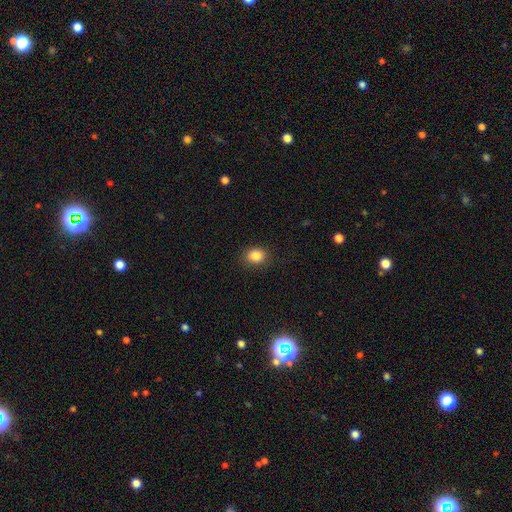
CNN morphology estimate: This appears to be a smooth galaxy with no disk features (85%) that is round (52%). Merging: none (87%).